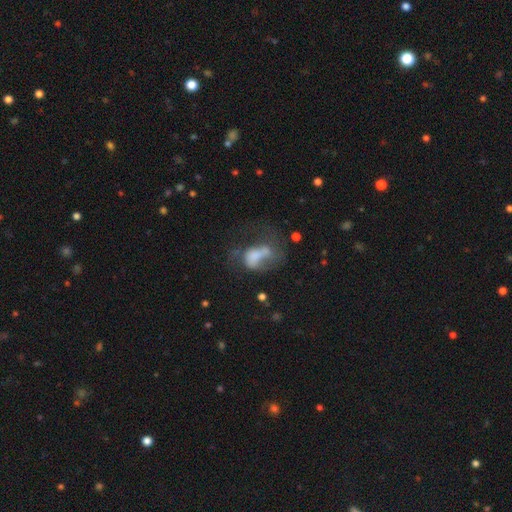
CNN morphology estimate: Overall: smooth (47%; featured or disk 40%). Merging: major disturbance (47%; merger 20%).